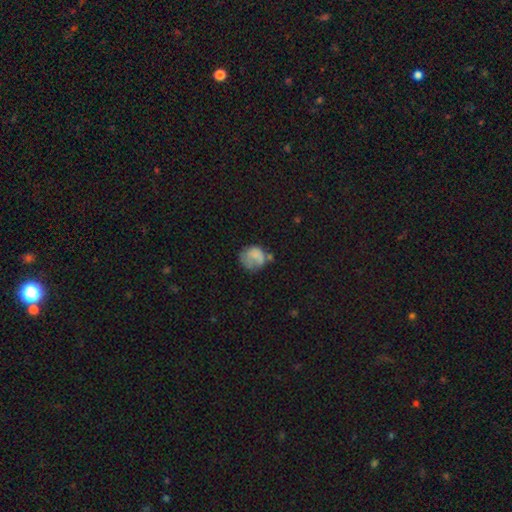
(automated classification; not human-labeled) smooth 65%, featured or disk 25%, star or artifact 9%. Down the decision tree: how rounded — round (77%); merging — none (43%).